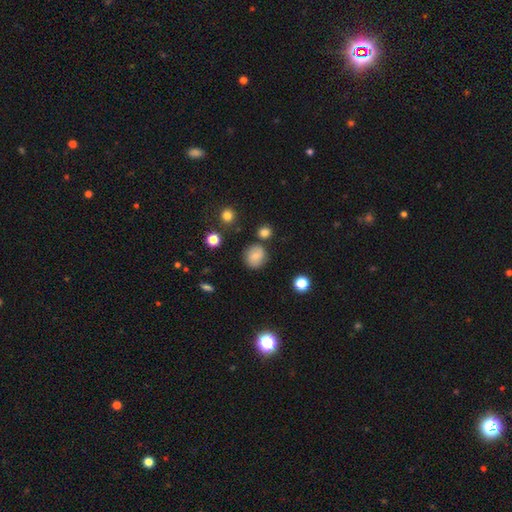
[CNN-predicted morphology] Smooth or featured: smooth — 71% (featured or disk — 19%)
How rounded: round — 80% (in between — 19%)
Merging: none — 78% (minor disturbance — 13%)